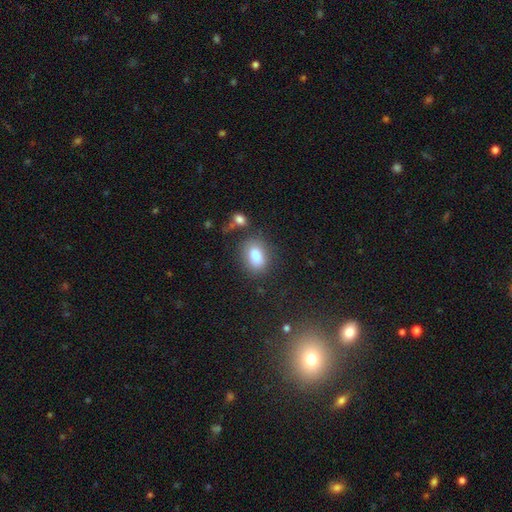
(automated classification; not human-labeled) smooth 84%, star or artifact 9%, featured or disk 8%. Down the decision tree: how rounded — in between (79%); merging — none (72%).